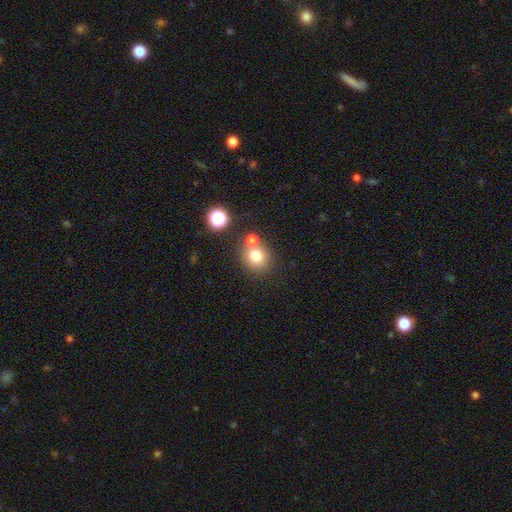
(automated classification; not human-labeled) Q: Smooth or featured?
A: smooth (77%); runner-up: star or artifact (13%)
Q: How rounded?
A: round (80%); runner-up: in between (19%)
Q: Merging?
A: none (60%); runner-up: merger (27%)